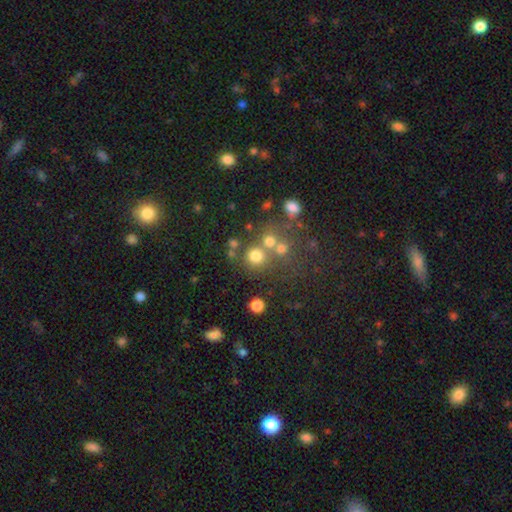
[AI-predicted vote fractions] The model was most divided on "merging": none: 61%, merger: 25%, minor disturbance: 8%, major disturbance: 5%. More confident: how rounded — round (90%); smooth or featured — smooth (72%).